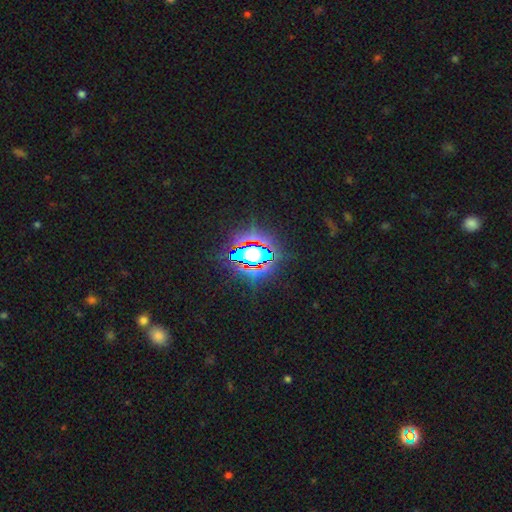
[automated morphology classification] Smooth or featured: star or artifact — 83% (smooth — 11%)